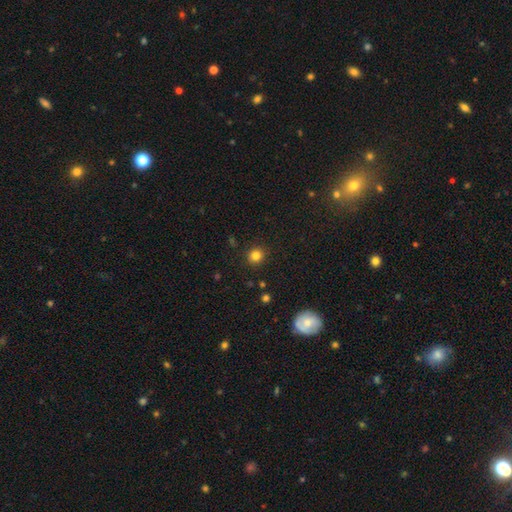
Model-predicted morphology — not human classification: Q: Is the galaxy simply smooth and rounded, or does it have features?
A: smooth — 82%.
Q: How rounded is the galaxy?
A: round — 90%.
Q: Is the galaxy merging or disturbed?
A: none — 90%.